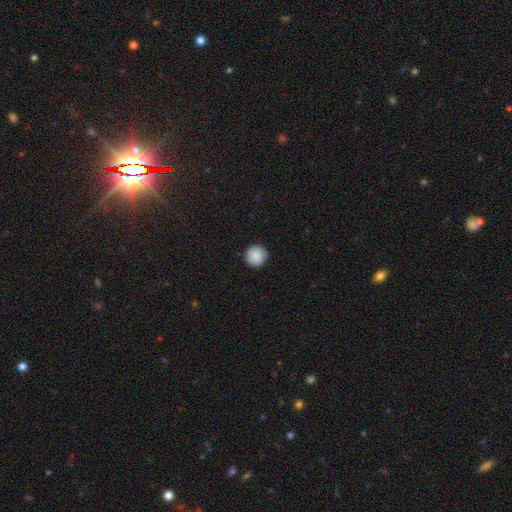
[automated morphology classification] Smooth or featured?
  - smooth: 89% *
  - star or artifact: 7%
  - featured or disk: 4%
How rounded?
  - round: 96% *
  - in between: 3%
  - cigar-shaped: 1%
Merging?
  - none: 92% *
  - minor disturbance: 5%
  - major disturbance: 2%
  - merger: 1%